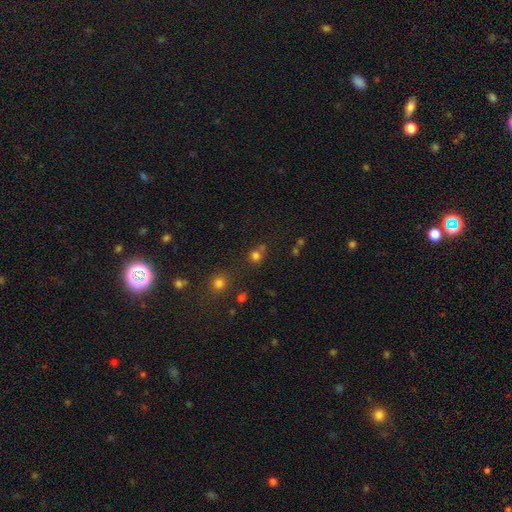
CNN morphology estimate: Smooth or featured? Predicted: smooth (p=0.72). How rounded? Predicted: round (p=0.87). Merging? Predicted: none (p=0.63).